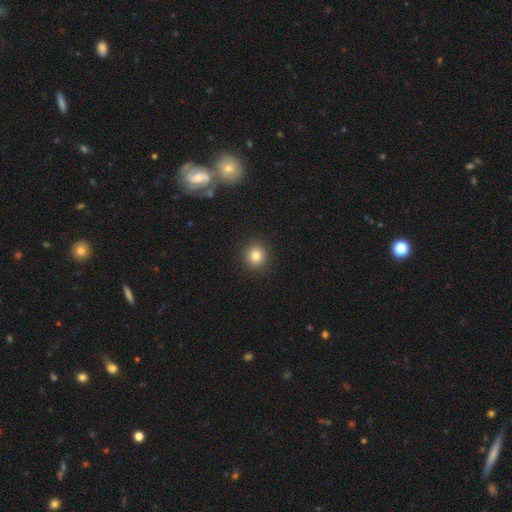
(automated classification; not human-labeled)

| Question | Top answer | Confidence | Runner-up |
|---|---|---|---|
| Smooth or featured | smooth | 83% | star or artifact (11%) |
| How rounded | round | 86% | in between (14%) |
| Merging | none | 91% | minor disturbance (5%) |